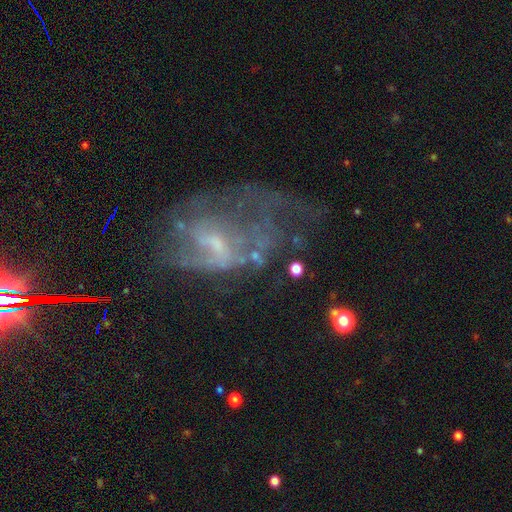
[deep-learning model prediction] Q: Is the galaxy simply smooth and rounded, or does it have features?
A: featured or disk — 67%.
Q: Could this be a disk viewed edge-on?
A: no — 96%.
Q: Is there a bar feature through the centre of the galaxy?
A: no — 51%.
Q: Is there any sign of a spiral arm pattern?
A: no — 52%.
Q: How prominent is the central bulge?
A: small — 51%.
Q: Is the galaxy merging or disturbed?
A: major disturbance — 43%.